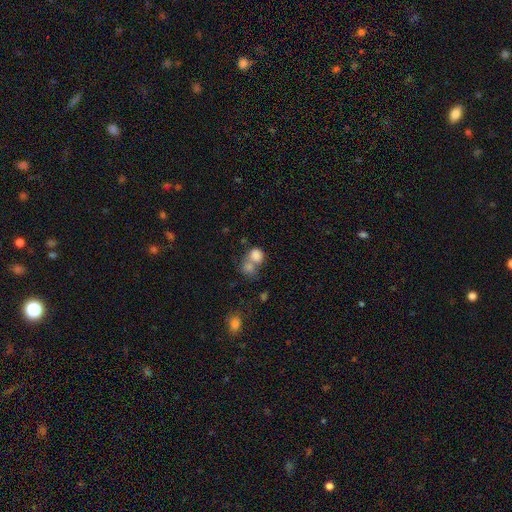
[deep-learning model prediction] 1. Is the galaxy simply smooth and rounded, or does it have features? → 79% smooth, 11% featured or disk, 10% star or artifact.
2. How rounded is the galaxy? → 55% round, 44% in between, 1% cigar-shaped.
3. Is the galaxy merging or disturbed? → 60% merger, 25% none, 9% minor disturbance, 6% major disturbance.